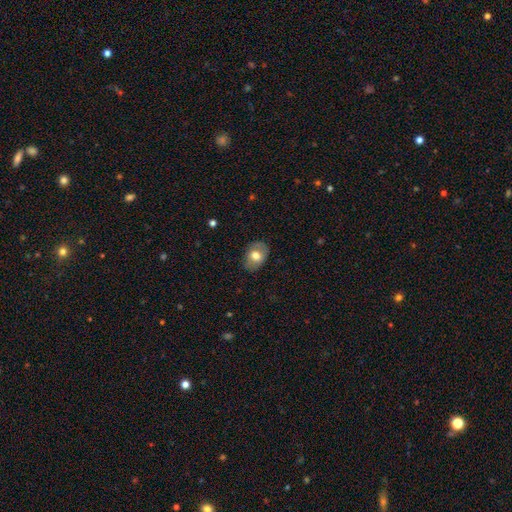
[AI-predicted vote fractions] smooth_or_featured: smooth (p=0.70) [alt: featured or disk p=0.23]
how_rounded: in between (p=0.72) [alt: round p=0.27]
merging: none (p=0.81) [alt: minor disturbance p=0.15]